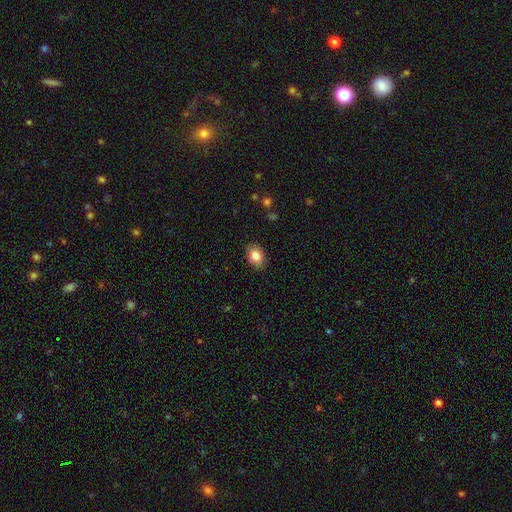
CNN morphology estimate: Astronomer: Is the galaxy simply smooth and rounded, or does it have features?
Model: smooth — 84%.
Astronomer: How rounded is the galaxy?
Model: in between — 75%.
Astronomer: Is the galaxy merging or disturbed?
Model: none — 86%.